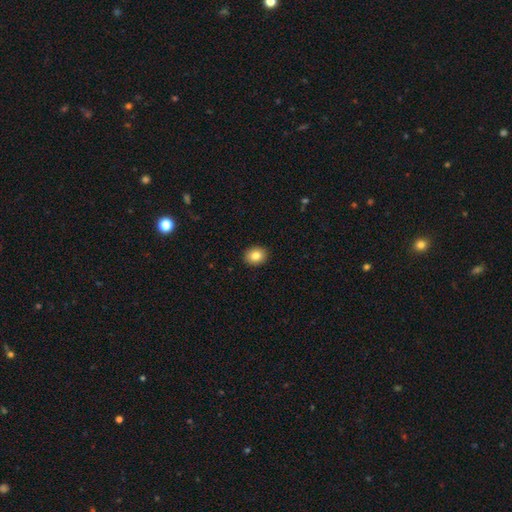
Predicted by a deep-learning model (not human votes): Morphology: type=smooth (83%); roundness=round (59%); merging=none (91%).